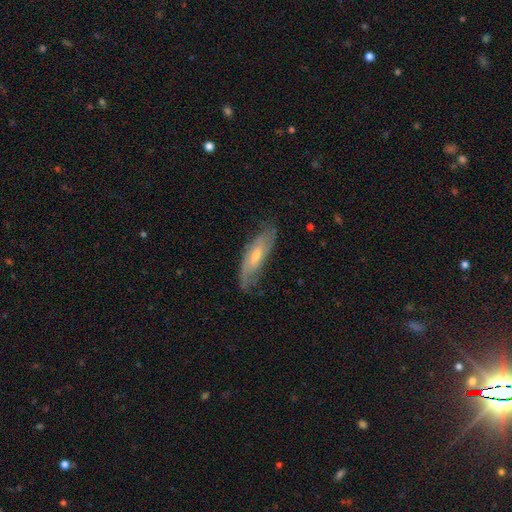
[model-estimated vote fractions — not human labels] Morphology: type=featured or disk (64%); edge-on=no (71%); merging=none (70%).